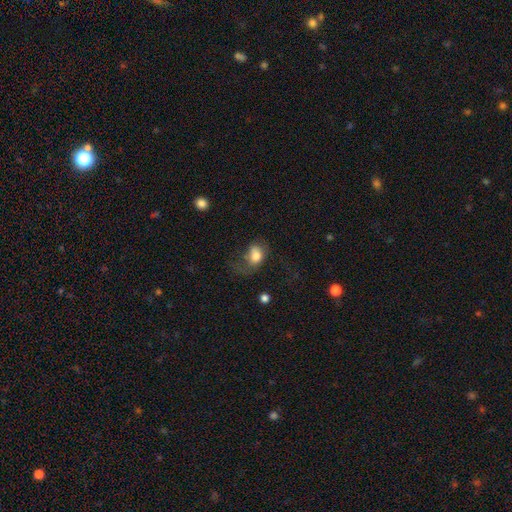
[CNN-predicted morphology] Smooth or featured? Predicted: smooth (p=0.72). How rounded? Predicted: in between (p=0.65). Merging? Predicted: major disturbance (p=0.45).